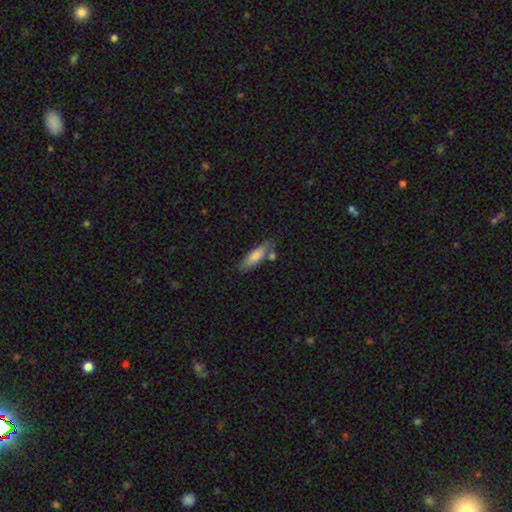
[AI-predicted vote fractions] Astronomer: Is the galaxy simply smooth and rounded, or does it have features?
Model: smooth — 77%.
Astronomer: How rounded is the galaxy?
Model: cigar-shaped — 57% (runner-up: in between, 41%).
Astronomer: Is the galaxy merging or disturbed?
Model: none — 70%.